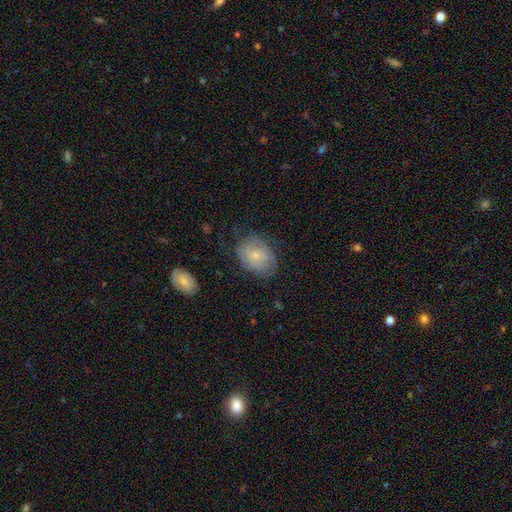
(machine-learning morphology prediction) Smooth or featured: smooth — 59% (featured or disk — 34%)
How rounded: in between — 60% (round — 39%)
Merging: none — 64% (minor disturbance — 25%)